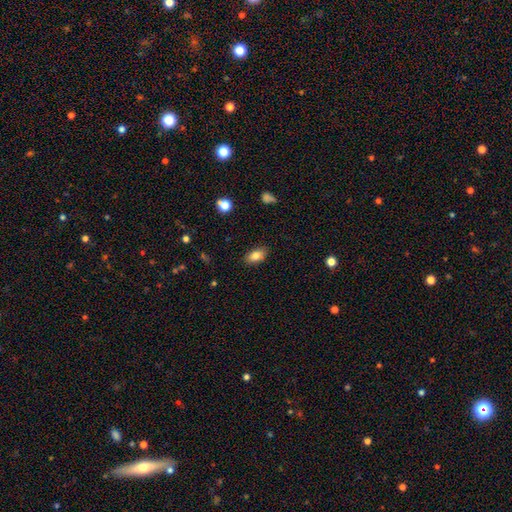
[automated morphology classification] A smooth galaxy with no disk features (82%) that is in between round and cigar-shaped (90%).

Vote fractions:
- Smooth or featured? smooth: 82% / featured or disk: 9% / star or artifact: 9%
- How rounded? in between: 90% / round: 8% / cigar-shaped: 3%
- Merging? none: 86% / minor disturbance: 10% / major disturbance: 2% / merger: 1%